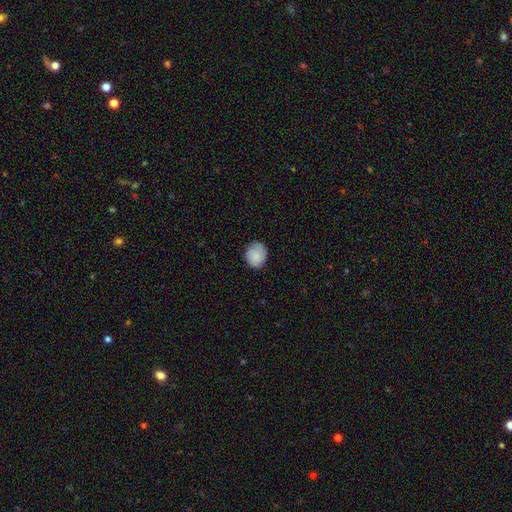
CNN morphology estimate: A smooth galaxy with no disk features (79%) that is round (64%). Merging: none (76%).